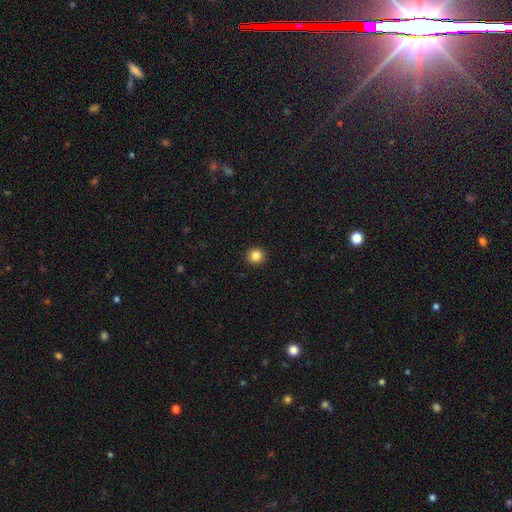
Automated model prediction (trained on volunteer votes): Smooth or featured? smooth (85%)
How rounded? round (95%)
Merging? none (94%)